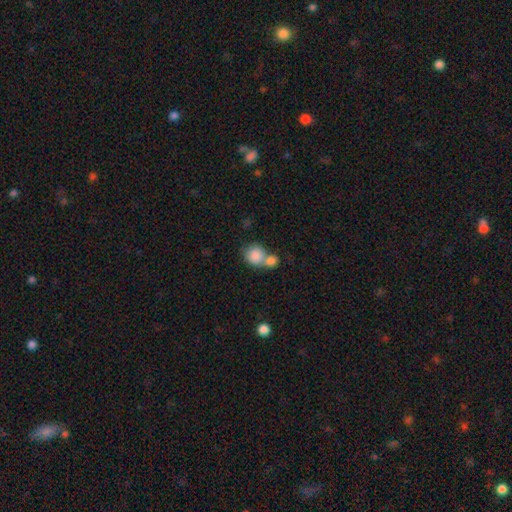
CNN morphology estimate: smooth 85%, star or artifact 8%, featured or disk 8%. Down the decision tree: how rounded — round (78%); merging — merger (57%).